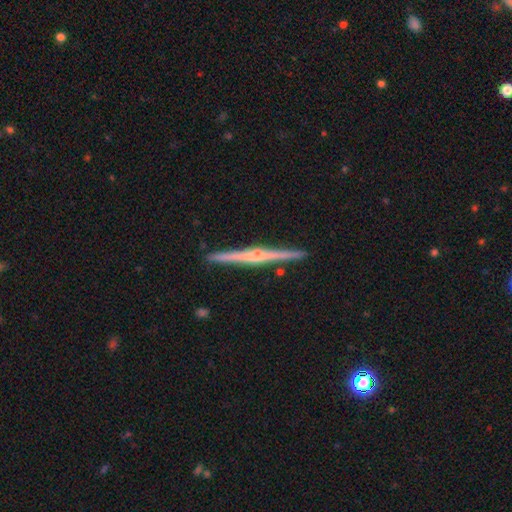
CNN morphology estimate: Smooth or featured? featured or disk (82%)
Edge-on disk? yes (99%)
Edge-on bulge? rounded (80%)
Merging? none (92%)